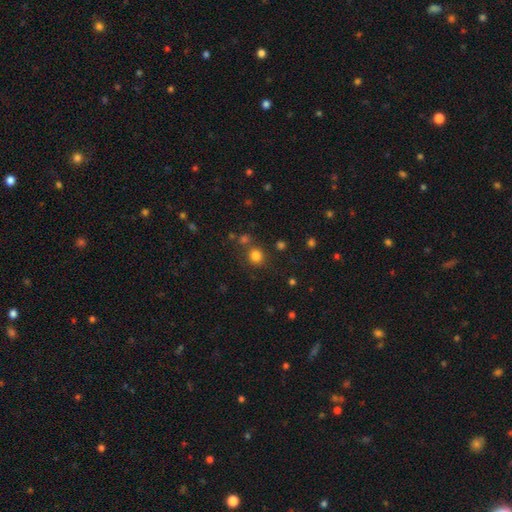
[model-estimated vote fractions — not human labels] A smooth galaxy with no disk features (80%) that is round (88%).

Vote fractions:
- Smooth or featured? smooth: 80% / star or artifact: 15% / featured or disk: 5%
- How rounded? round: 88% / in between: 11% / cigar-shaped: 1%
- Merging? none: 78% / merger: 10% / minor disturbance: 9% / major disturbance: 4%